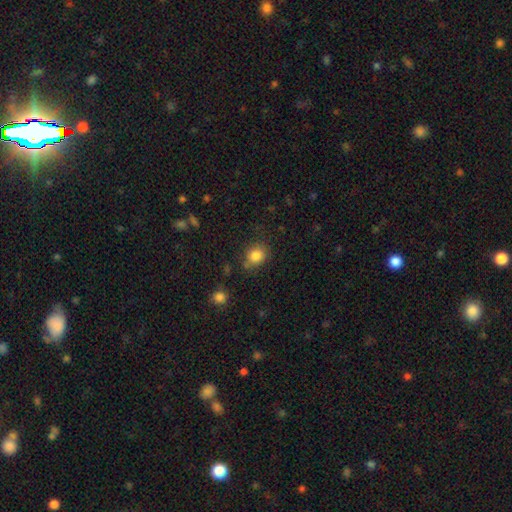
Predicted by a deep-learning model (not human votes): Smooth or featured?
  - smooth: 83% *
  - star or artifact: 11%
  - featured or disk: 6%
How rounded?
  - round: 68% *
  - in between: 31%
  - cigar-shaped: 1%
Merging?
  - none: 76% *
  - minor disturbance: 15%
  - merger: 5%
  - major disturbance: 4%